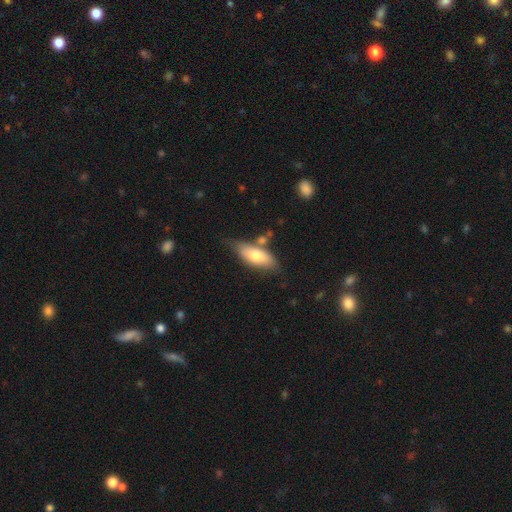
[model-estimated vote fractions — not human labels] Smooth or featured? smooth (69%)
How rounded? in between (76%)
Merging? none (59%)